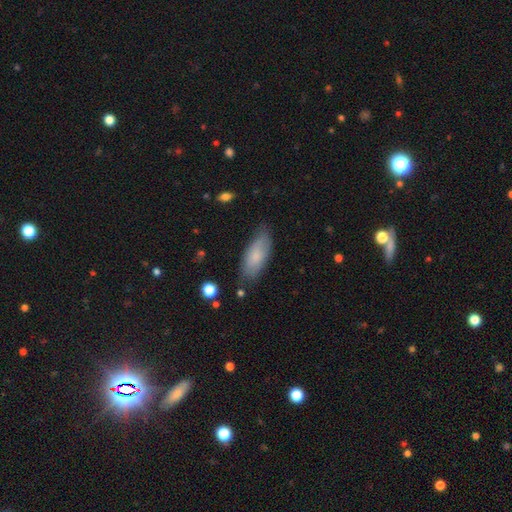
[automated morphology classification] This is likely a smooth galaxy (76%). How rounded: likely in between (80%). Merging: likely none (74%).